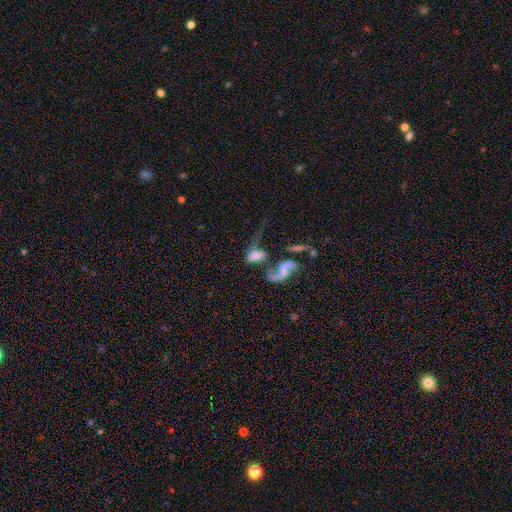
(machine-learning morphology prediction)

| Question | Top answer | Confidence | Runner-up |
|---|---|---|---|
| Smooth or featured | featured or disk | 47% | smooth (41%) |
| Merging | merger | 42% | major disturbance (27%) |